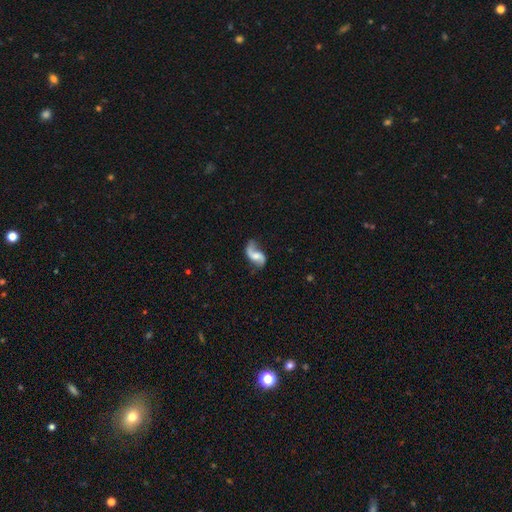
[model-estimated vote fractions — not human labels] Smooth or featured: featured or disk — 80% (smooth — 14%)
Edge-on disk: no — 97% (yes — 3%)
Bar: no — 45% (weak — 42%)
Spiral arms: yes — 95% (no — 5%)
Spiral winding: loose — 79% (medium — 17%)
Spiral arm count: 2 — 85% (1 — 10%)
Bulge size: moderate — 38% (small — 33%)
Merging: none — 61% (minor disturbance — 21%)